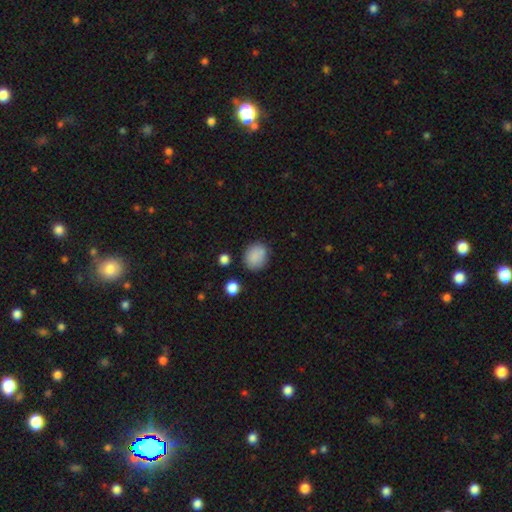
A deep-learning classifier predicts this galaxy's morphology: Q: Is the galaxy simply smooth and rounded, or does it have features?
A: smooth — 85%.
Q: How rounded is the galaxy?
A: round — 66%.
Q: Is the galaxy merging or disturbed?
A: none — 76%.